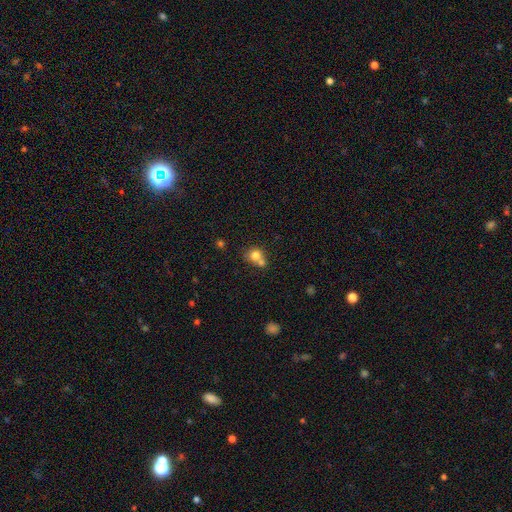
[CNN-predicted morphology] smooth 77%, featured or disk 12%, star or artifact 11%. Down the decision tree: how rounded — round (79%); merging — merger (50%).